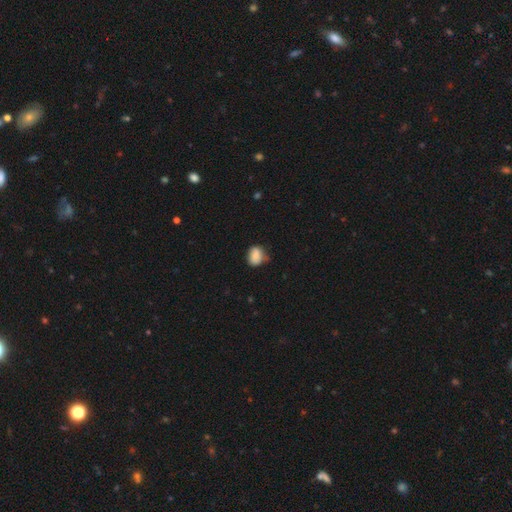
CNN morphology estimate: Overall: smooth (84%). How rounded: in between (59%; round 40%). Merging: none (56%; minor disturbance 32%).